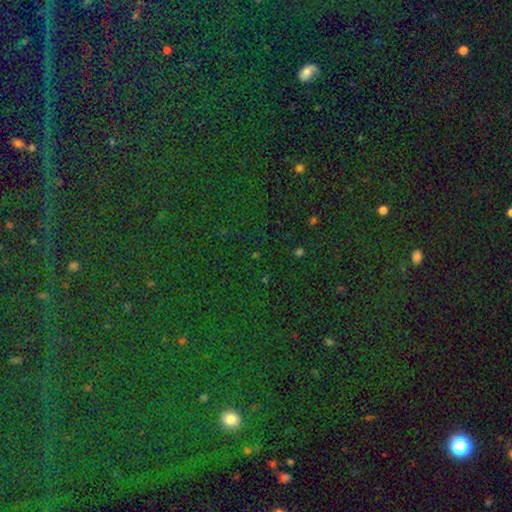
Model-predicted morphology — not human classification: Q: Smooth or featured?
A: star or artifact (72%); runner-up: smooth (20%)